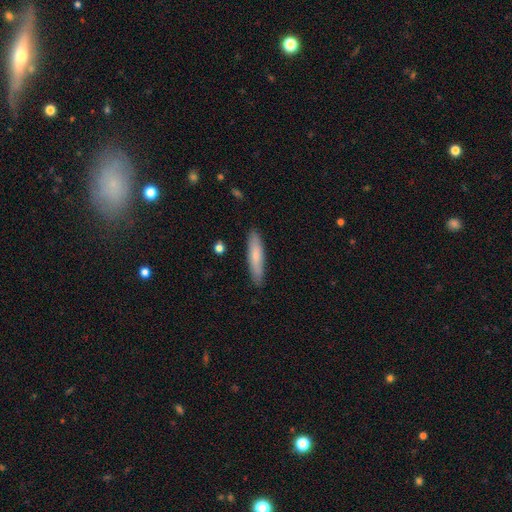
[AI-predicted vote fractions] Q: Smooth or featured?
A: smooth (74%); runner-up: featured or disk (21%)
Q: How rounded?
A: cigar-shaped (83%); runner-up: in between (15%)
Q: Merging?
A: none (86%); runner-up: minor disturbance (11%)